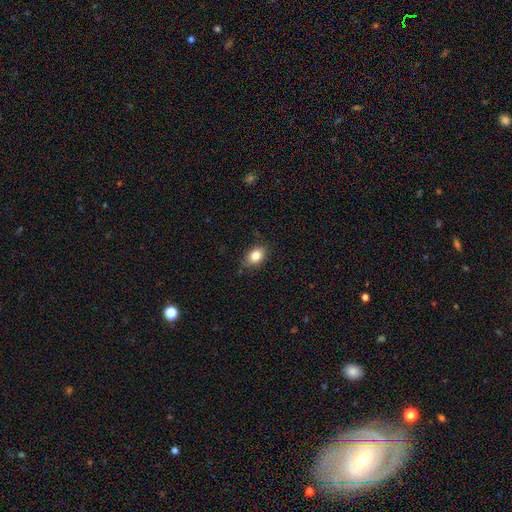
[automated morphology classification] Q: Smooth or featured?
A: smooth (84%); runner-up: star or artifact (9%)
Q: How rounded?
A: in between (80%); runner-up: round (19%)
Q: Merging?
A: none (79%); runner-up: minor disturbance (16%)